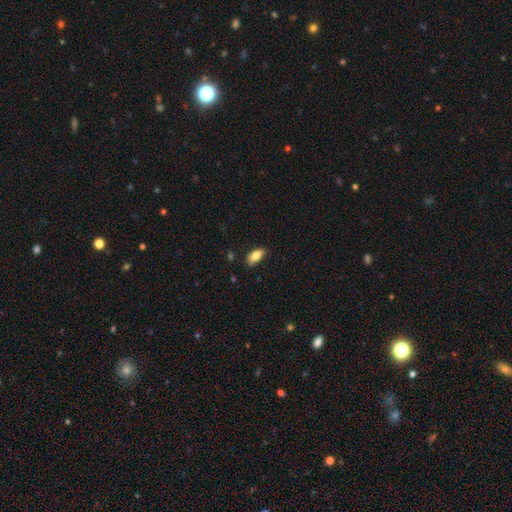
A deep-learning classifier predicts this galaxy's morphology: Smooth or featured? Predicted: smooth (p=0.79). How rounded? Predicted: in between (p=0.88). Merging? Predicted: none (p=0.77).